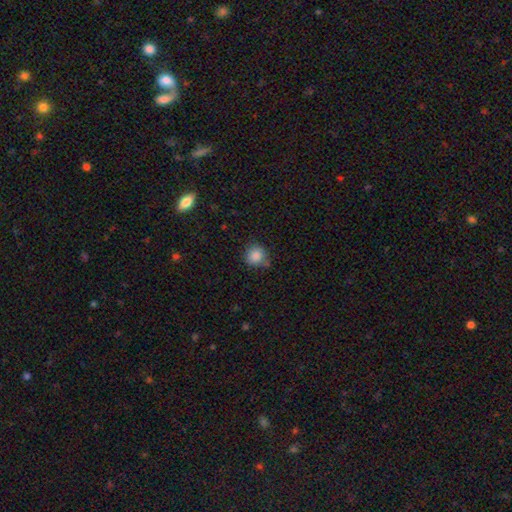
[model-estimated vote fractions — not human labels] Smooth or featured? Predicted: smooth (p=0.86). How rounded? Predicted: round (p=0.85). Merging? Predicted: none (p=0.71).